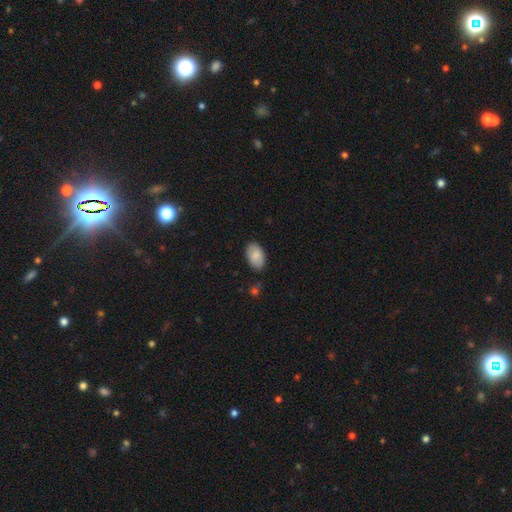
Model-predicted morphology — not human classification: Overall: smooth (86%). How rounded: in between (93%). Merging: none (80%).